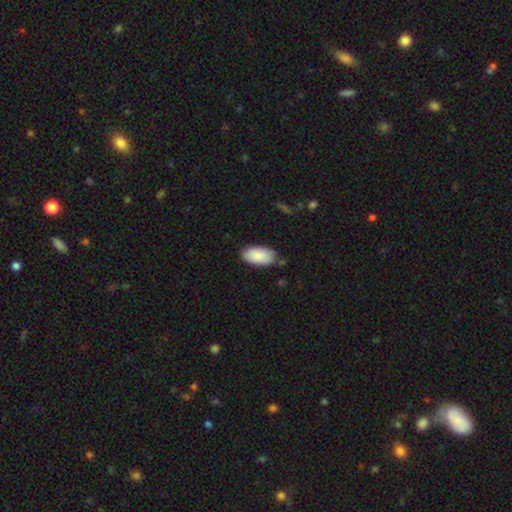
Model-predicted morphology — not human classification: This appears to be a smooth galaxy with no disk features (89%) that is in between round and cigar-shaped (95%). Merging: none (77%).